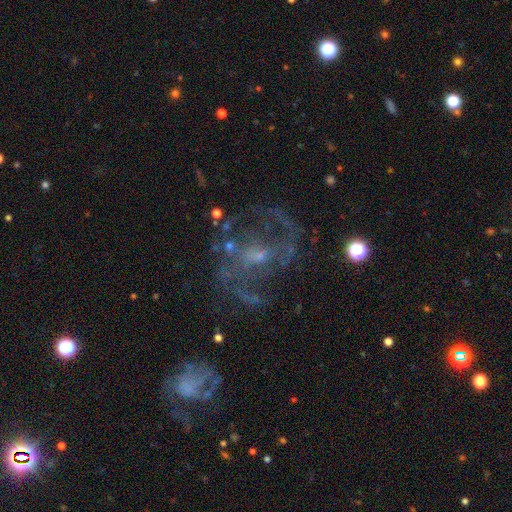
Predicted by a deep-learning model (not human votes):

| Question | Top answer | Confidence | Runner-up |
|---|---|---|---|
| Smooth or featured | featured or disk | 80% | star or artifact (12%) |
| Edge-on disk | no | 97% | yes (3%) |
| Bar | weak | 44% | no (42%) |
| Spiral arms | yes | 84% | no (16%) |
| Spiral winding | medium | 48% | loose (32%) |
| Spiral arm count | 2 | 49% | can't tell (24%) |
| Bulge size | small | 64% | moderate (22%) |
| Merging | none | 59% | major disturbance (20%) |